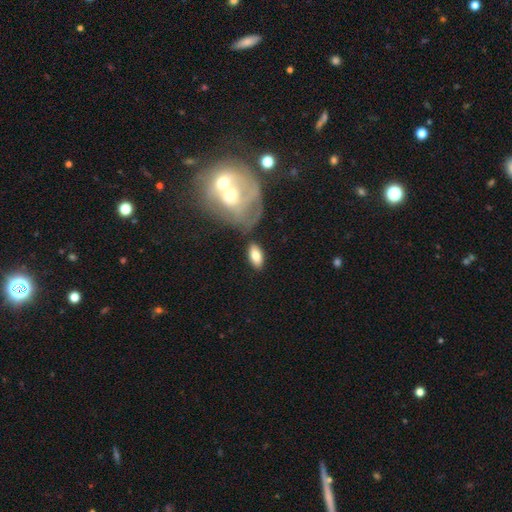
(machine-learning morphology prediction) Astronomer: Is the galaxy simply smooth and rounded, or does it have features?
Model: smooth — 79%.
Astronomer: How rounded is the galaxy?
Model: in between — 89%.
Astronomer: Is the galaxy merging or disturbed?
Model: none — 75%.